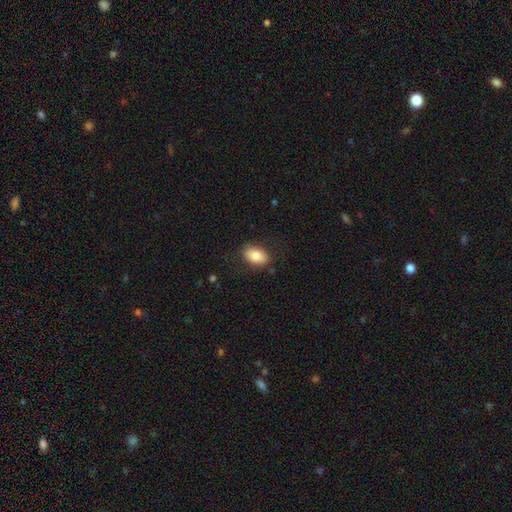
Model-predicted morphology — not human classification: smooth_or_featured: smooth (p=0.82) [alt: featured or disk p=0.11]
how_rounded: in between (p=0.89) [alt: round p=0.10]
merging: none (p=0.81) [alt: minor disturbance p=0.14]